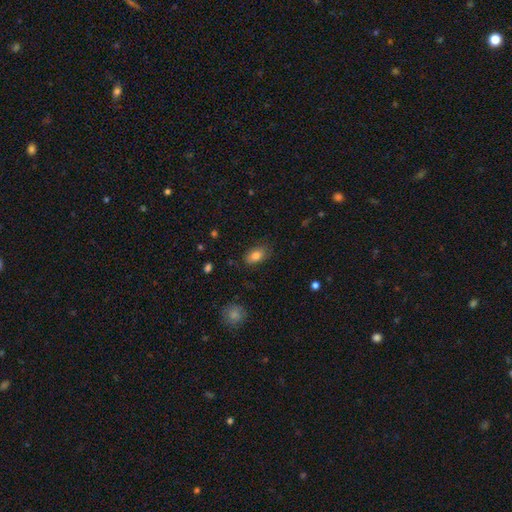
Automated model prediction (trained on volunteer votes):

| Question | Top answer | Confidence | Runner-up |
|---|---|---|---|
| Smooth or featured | smooth | 81% | featured or disk (10%) |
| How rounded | in between | 89% | round (7%) |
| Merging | none | 79% | minor disturbance (16%) |